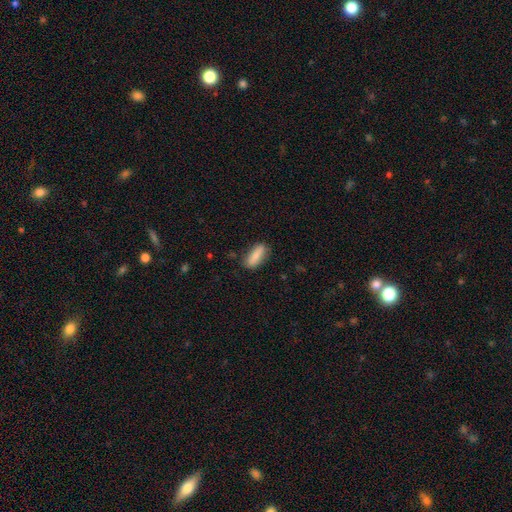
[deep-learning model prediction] Overall: smooth (83%). How rounded: in between (59%; cigar-shaped 38%). Merging: none (81%).